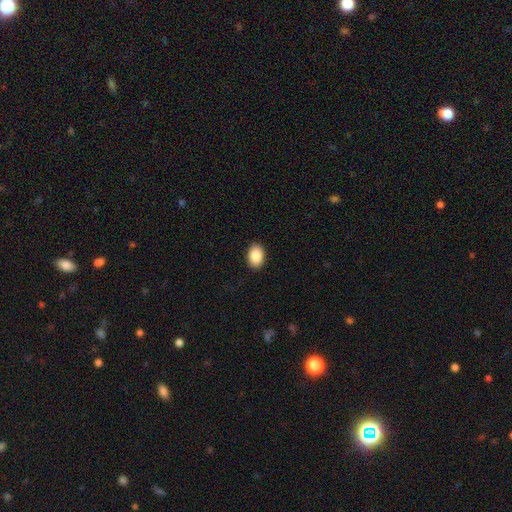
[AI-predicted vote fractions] Smooth or featured?
  - smooth: 89% *
  - star or artifact: 7%
  - featured or disk: 4%
How rounded?
  - in between: 82% *
  - round: 17%
  - cigar-shaped: 1%
Merging?
  - none: 90% *
  - minor disturbance: 7%
  - major disturbance: 2%
  - merger: 1%